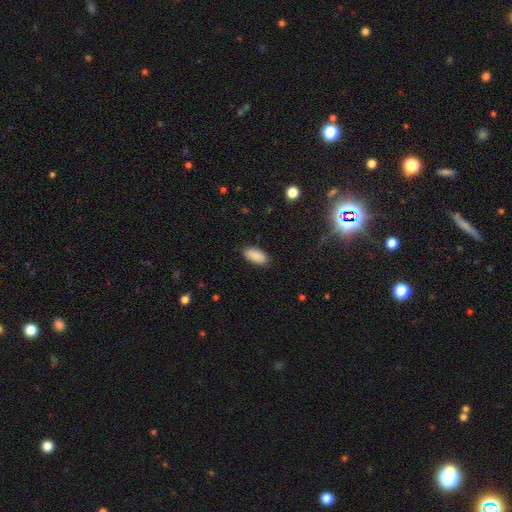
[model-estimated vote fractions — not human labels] The model was most divided on "merging": none: 87%, minor disturbance: 9%, major disturbance: 2%, merger: 1%. More confident: how rounded — in between (91%); smooth or featured — smooth (89%).